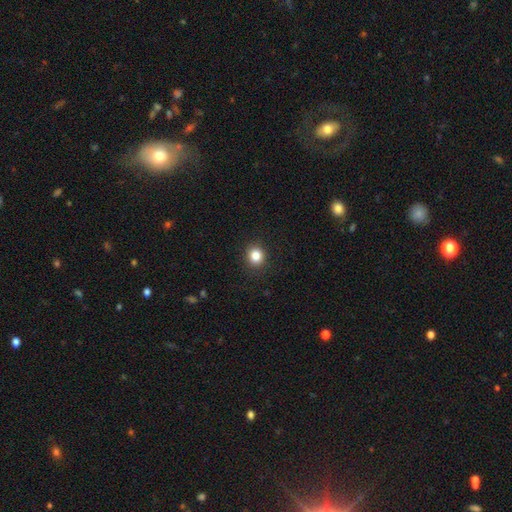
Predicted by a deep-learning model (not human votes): Morphology: type=smooth (84%); roundness=round (84%); merging=none (91%).